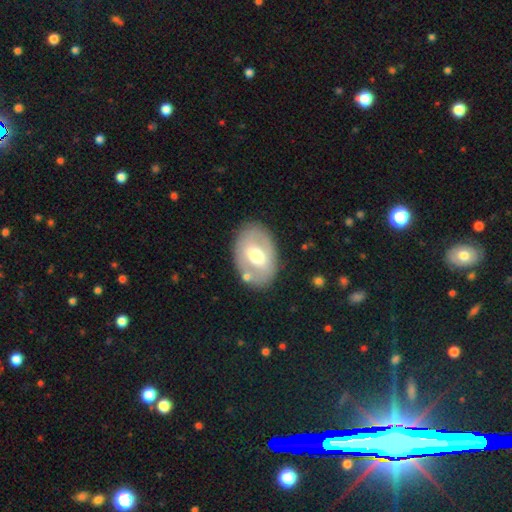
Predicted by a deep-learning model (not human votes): Smooth or featured? featured or disk (50%)
Edge-on disk? no (90%)
Merging? none (79%)